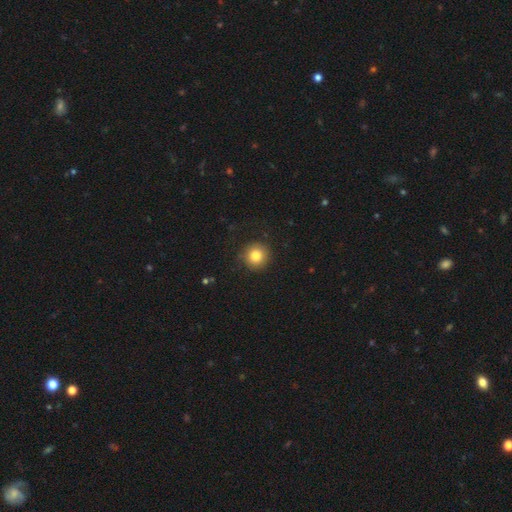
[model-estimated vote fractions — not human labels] A smooth galaxy with no disk features (83%) that is round (94%). Merging: none (87%).